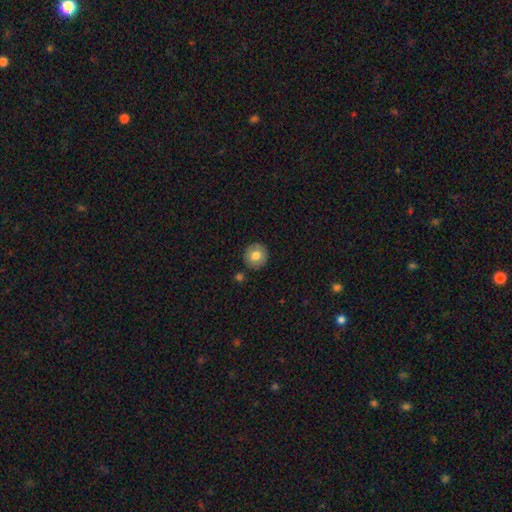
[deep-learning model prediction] Q: Smooth or featured?
A: smooth (76%); runner-up: featured or disk (15%)
Q: How rounded?
A: round (91%); runner-up: in between (8%)
Q: Merging?
A: none (88%); runner-up: minor disturbance (8%)